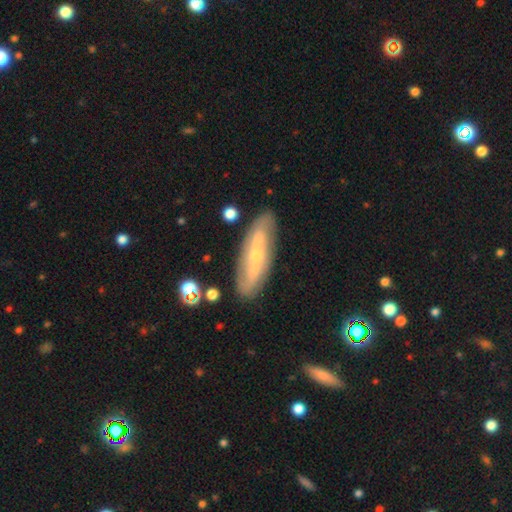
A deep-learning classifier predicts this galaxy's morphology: This appears to be a featured or disk galaxy (69%). Merging: none (84%).